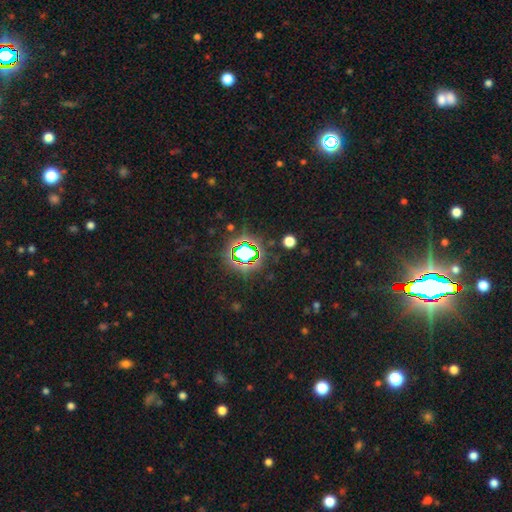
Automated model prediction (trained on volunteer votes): Smooth or featured?
  - star or artifact: 79% *
  - smooth: 14%
  - featured or disk: 8%